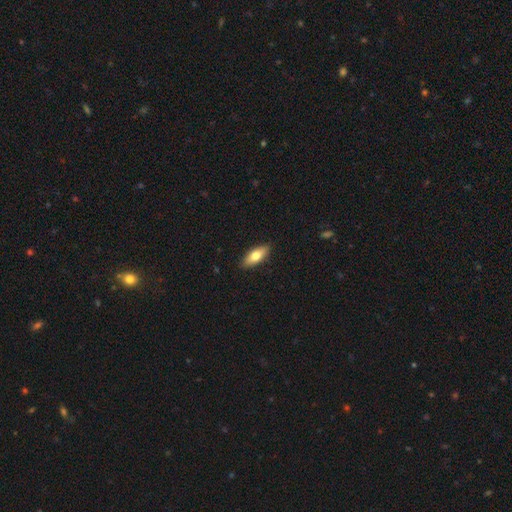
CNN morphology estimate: This appears to be a smooth galaxy with no disk features (73%) that is in between round and cigar-shaped (74%). Merging: none (89%).